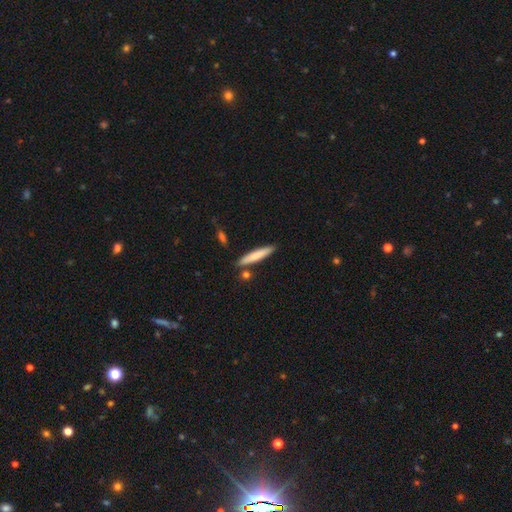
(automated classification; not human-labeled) Overall: smooth (75%). How rounded: cigar-shaped (91%). Merging: none (84%).